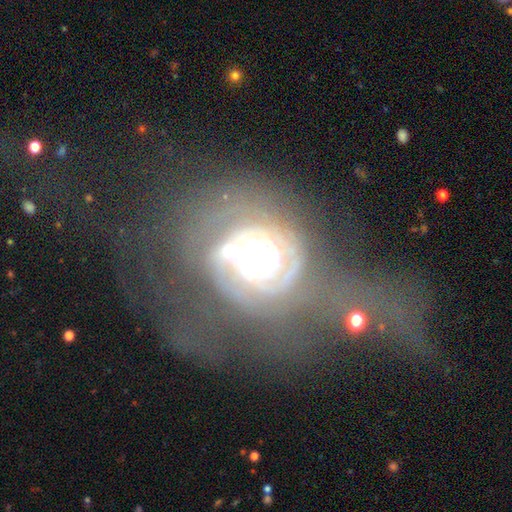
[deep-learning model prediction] The model was most divided on "spiral arm count": can't tell: 37%, 2: 32%, 1: 11%, 3: 10%, 4: 5%, more than 4: 5%. Remaining: edge-on disk — no (97%); spiral arms — yes (81%); smooth or featured — featured or disk (79%); bar — no (64%); spiral winding — tight (60%); merging — major disturbance (45%); bulge size — moderate (42%).